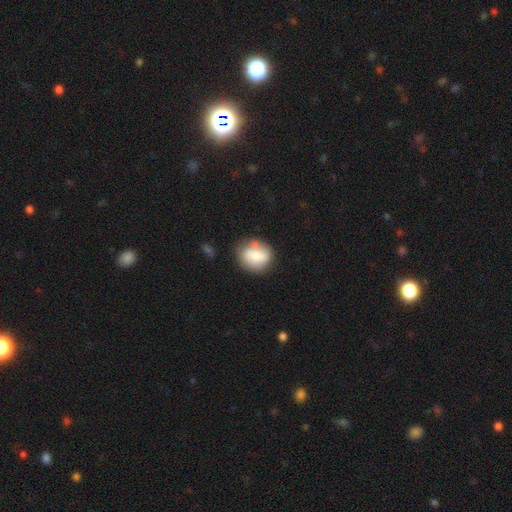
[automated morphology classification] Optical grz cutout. It shows a smooth galaxy with no disk features (71%) that is round (66%). Merging: none (61%).